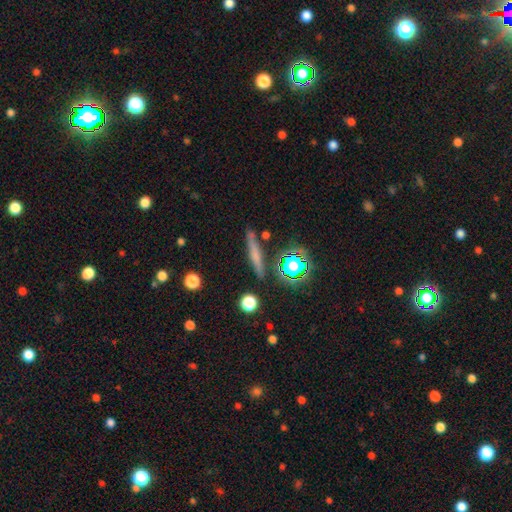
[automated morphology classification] smooth 54%, featured or disk 33%, star or artifact 12%. Down the decision tree: how rounded — cigar-shaped (87%); merging — none (83%).